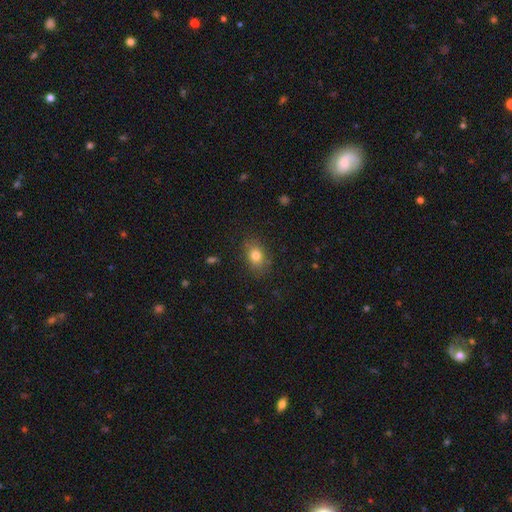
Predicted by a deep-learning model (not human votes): This is clearly a smooth galaxy (81%). How rounded: likely in between (69%). Merging: clearly none (81%).